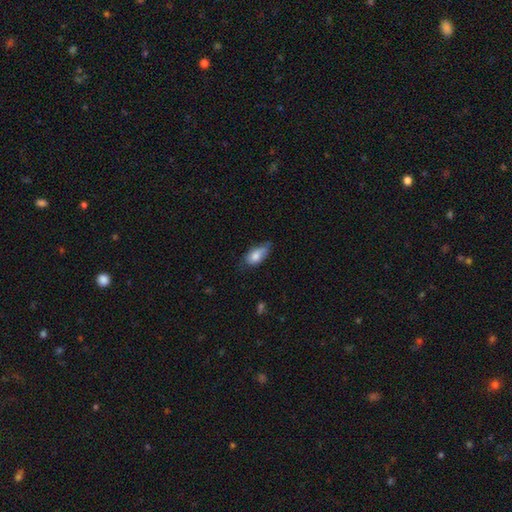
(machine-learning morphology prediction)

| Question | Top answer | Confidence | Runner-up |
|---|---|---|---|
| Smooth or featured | smooth | 80% | featured or disk (14%) |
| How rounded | in between | 88% | cigar-shaped (8%) |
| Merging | none | 46% | minor disturbance (41%) |